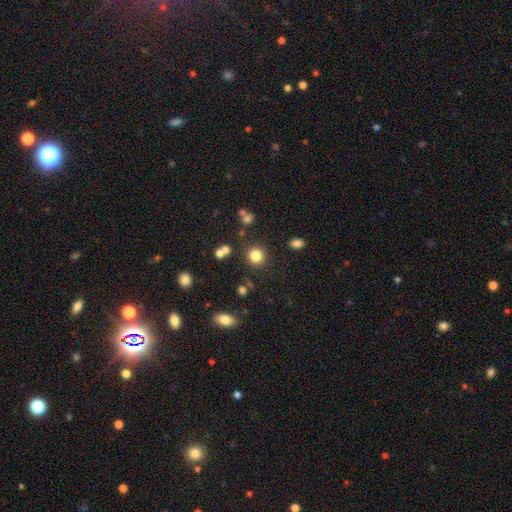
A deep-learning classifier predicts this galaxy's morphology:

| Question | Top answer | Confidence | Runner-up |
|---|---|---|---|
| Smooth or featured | smooth | 81% | star or artifact (13%) |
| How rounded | round | 90% | in between (9%) |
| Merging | none | 85% | minor disturbance (7%) |